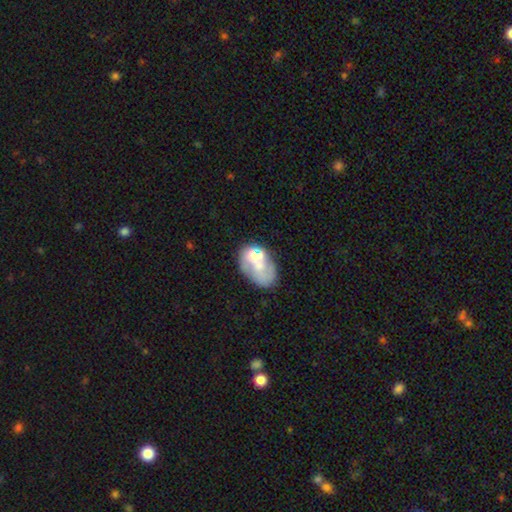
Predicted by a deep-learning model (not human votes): Overall: smooth (50%; featured or disk 36%). How rounded: in between (76%). Merging: none (35%; merger 23%).